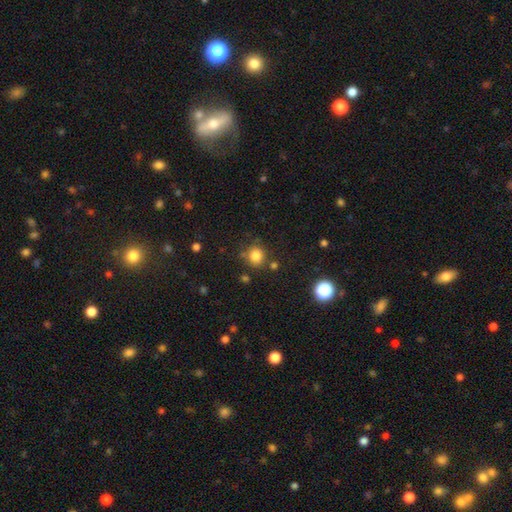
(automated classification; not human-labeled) smooth_or_featured: smooth (p=0.81) [alt: star or artifact p=0.13]
how_rounded: round (p=0.86) [alt: in between p=0.13]
merging: none (p=0.78) [alt: minor disturbance p=0.11]